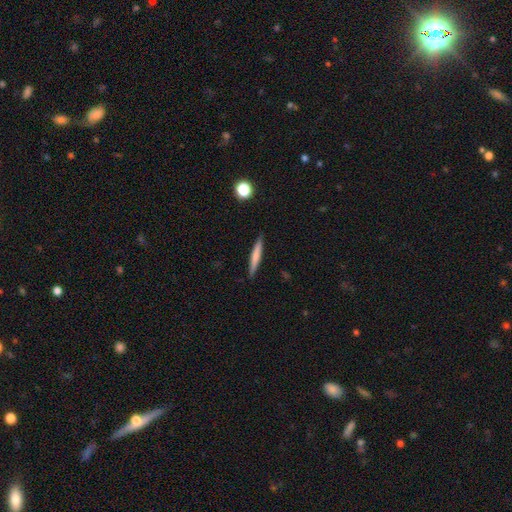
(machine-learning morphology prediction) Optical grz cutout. It shows a smooth galaxy with no disk features (65%) that is cigar-shaped (94%). Merging: none (89%).